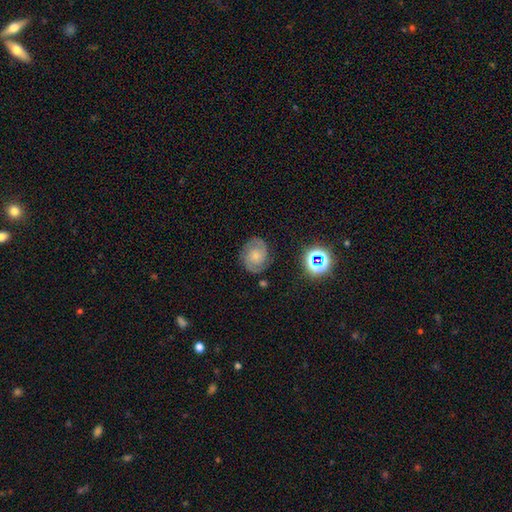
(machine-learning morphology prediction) This appears to be a featured or disk galaxy (70%) with no bar (69%), 2 (82%) tight (48%) spiral arms (94%) and a small central bulge (52%). Merging: none (78%).